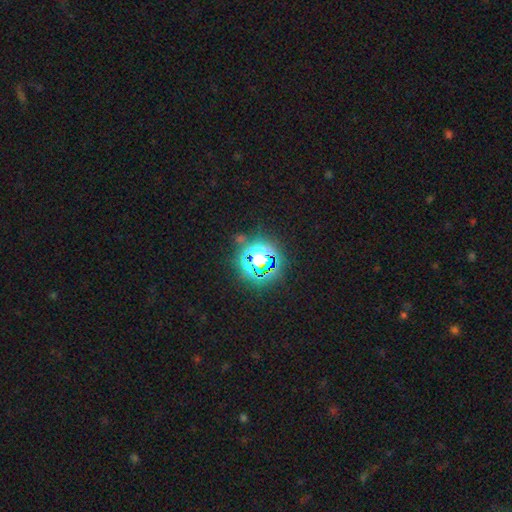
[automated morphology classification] Smooth or featured?
  - star or artifact: 77% *
  - smooth: 16%
  - featured or disk: 7%